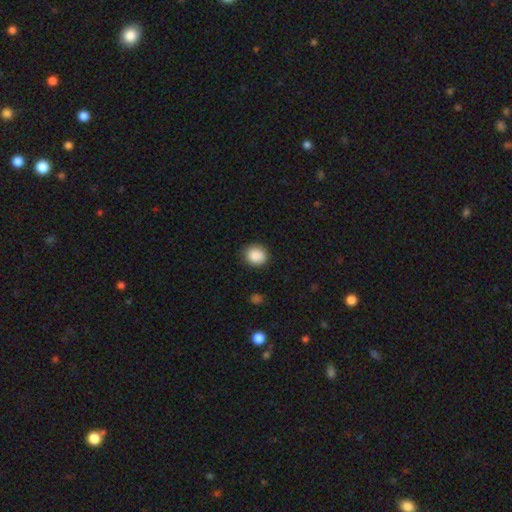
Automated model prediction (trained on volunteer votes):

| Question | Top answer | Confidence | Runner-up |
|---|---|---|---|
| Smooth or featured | smooth | 89% | star or artifact (8%) |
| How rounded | round | 81% | in between (18%) |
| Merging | none | 89% | minor disturbance (8%) |